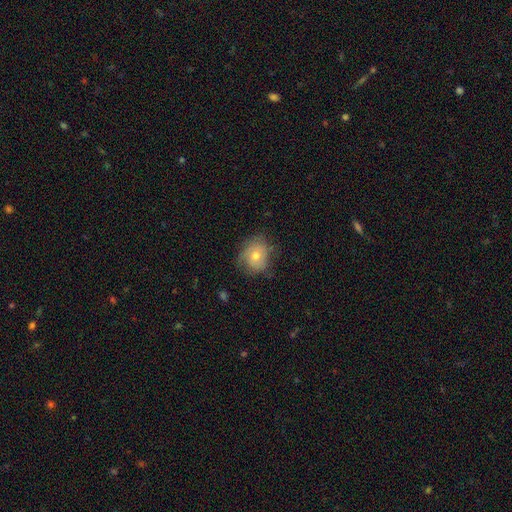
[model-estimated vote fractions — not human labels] This is possibly a smooth galaxy (55%). How rounded: likely round (69%). Merging: likely none (64%).